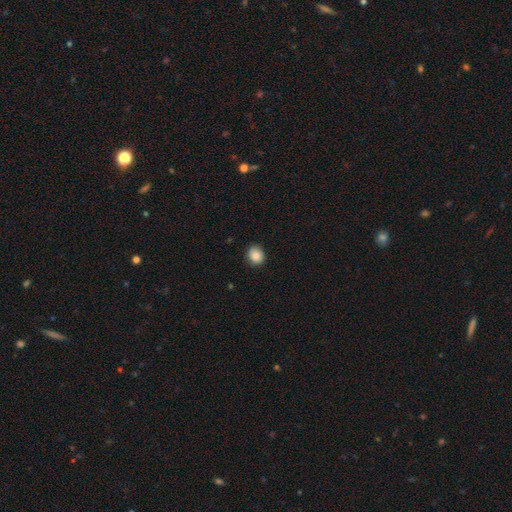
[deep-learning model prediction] Morphology: type=smooth (87%); roundness=round (61%); merging=none (83%).